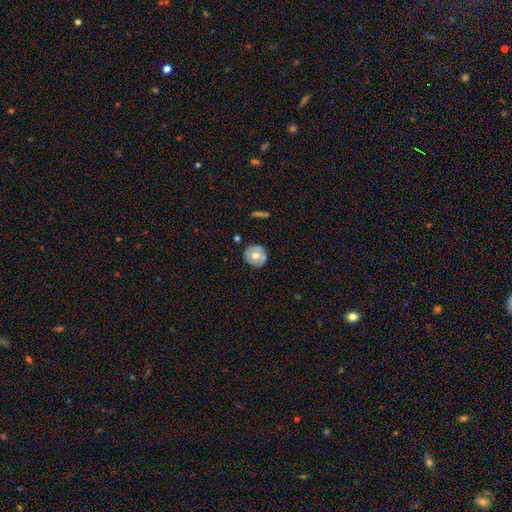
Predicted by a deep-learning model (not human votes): smooth 57%, featured or disk 36%, star or artifact 7%. Down the decision tree: how rounded — round (90%); merging — none (82%).